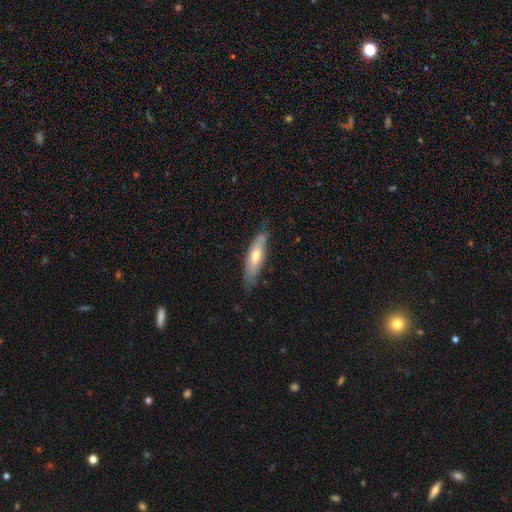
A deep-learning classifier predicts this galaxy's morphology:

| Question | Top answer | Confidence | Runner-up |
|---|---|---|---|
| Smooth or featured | smooth | 54% | featured or disk (40%) |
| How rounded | cigar-shaped | 62% | in between (37%) |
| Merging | none | 71% | minor disturbance (23%) |